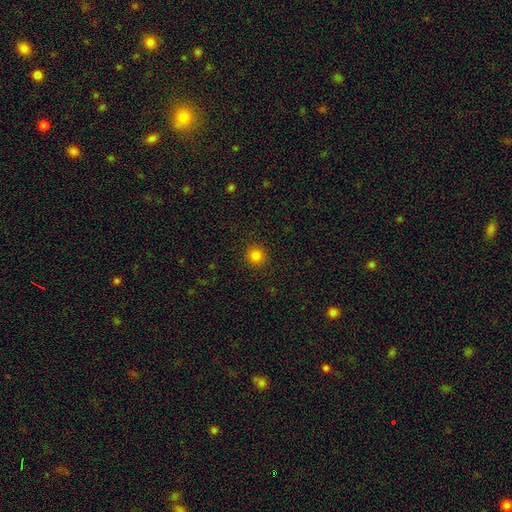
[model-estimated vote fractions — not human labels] smooth-or-featured: smooth: 83% | star or artifact: 13% | featured or disk: 4%
  how-rounded: round: 93% | in between: 6% | cigar-shaped: 1%
  merging: none: 92% | minor disturbance: 5% | major disturbance: 2% | merger: 1%